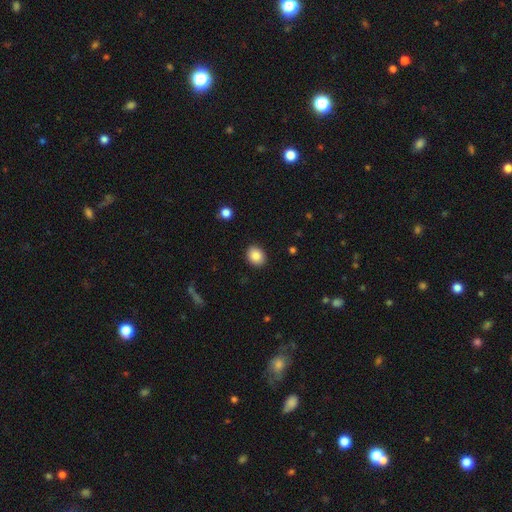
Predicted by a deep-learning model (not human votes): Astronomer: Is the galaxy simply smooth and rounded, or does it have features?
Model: smooth — 87%.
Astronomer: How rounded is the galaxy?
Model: in between — 50% (runner-up: round, 49%).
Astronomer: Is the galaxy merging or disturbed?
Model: none — 89%.